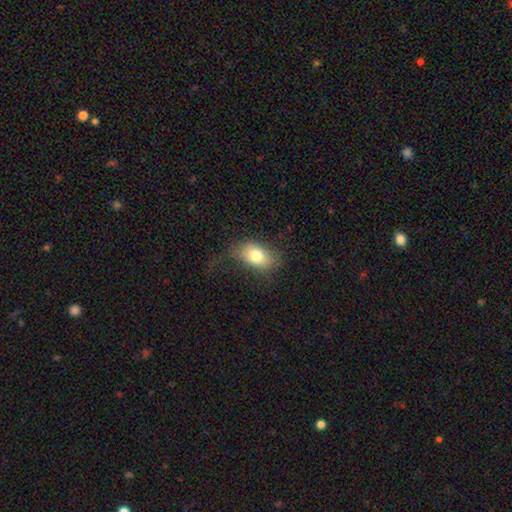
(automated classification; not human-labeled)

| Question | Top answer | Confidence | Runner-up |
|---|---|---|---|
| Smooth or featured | smooth | 77% | featured or disk (14%) |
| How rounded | in between | 85% | round (13%) |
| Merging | none | 64% | minor disturbance (22%) |